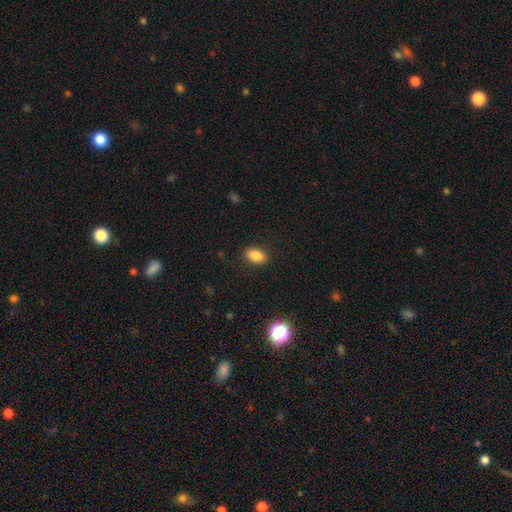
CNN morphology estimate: Q: Smooth or featured?
A: smooth (85%); runner-up: star or artifact (9%)
Q: How rounded?
A: in between (89%); runner-up: round (8%)
Q: Merging?
A: none (88%); runner-up: minor disturbance (8%)